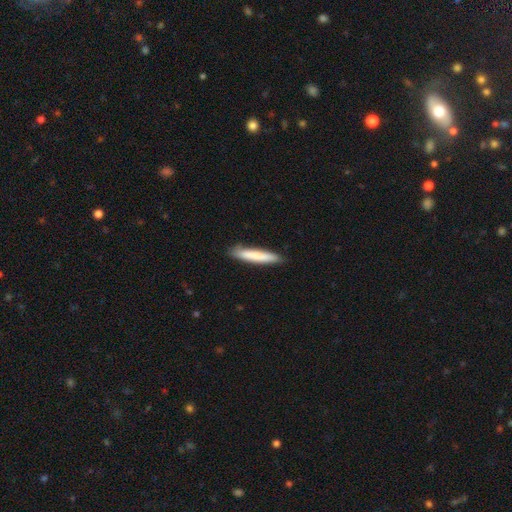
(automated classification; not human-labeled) The model was most divided on "smooth or featured": smooth: 79%, featured or disk: 16%, star or artifact: 5%. More confident: how rounded — cigar-shaped (91%); merging — none (86%).